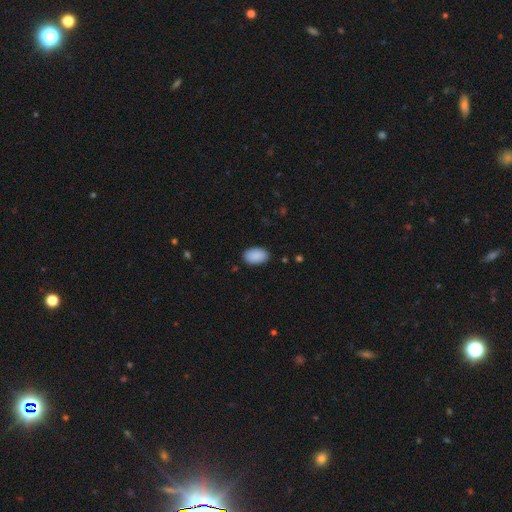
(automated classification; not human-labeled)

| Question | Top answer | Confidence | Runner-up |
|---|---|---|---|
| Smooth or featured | smooth | 91% | star or artifact (7%) |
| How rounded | in between | 93% | round (6%) |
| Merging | none | 87% | minor disturbance (10%) |